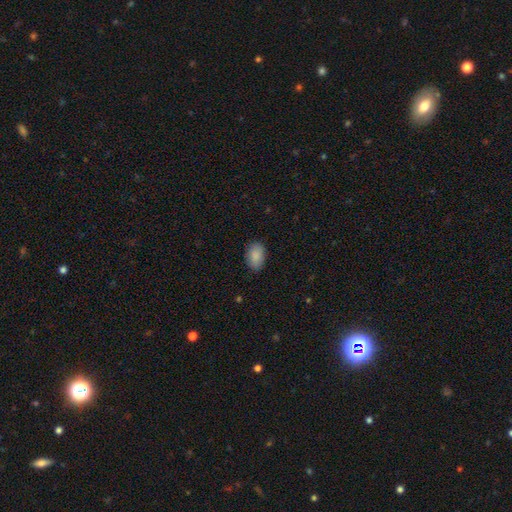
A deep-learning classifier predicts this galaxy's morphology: Smooth or featured? smooth (89%)
How rounded? in between (89%)
Merging? none (85%)